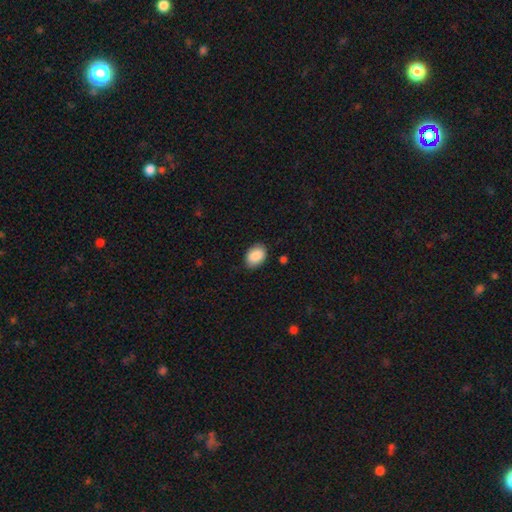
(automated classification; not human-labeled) Morphology: type=smooth (89%); roundness=in between (80%); merging=none (83%).